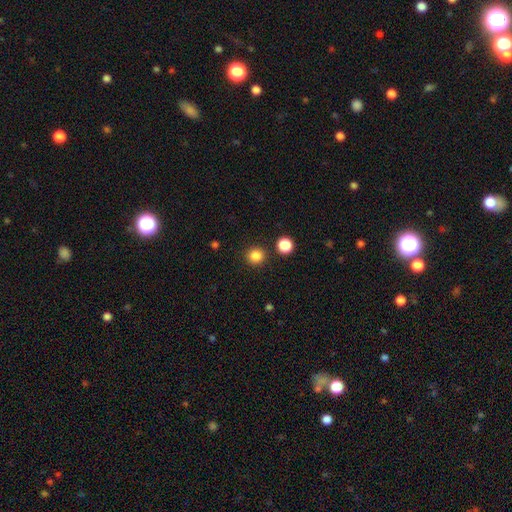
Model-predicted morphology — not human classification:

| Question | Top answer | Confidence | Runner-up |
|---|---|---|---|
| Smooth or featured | smooth | 85% | star or artifact (12%) |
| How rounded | round | 92% | in between (7%) |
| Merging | none | 89% | minor disturbance (6%) |